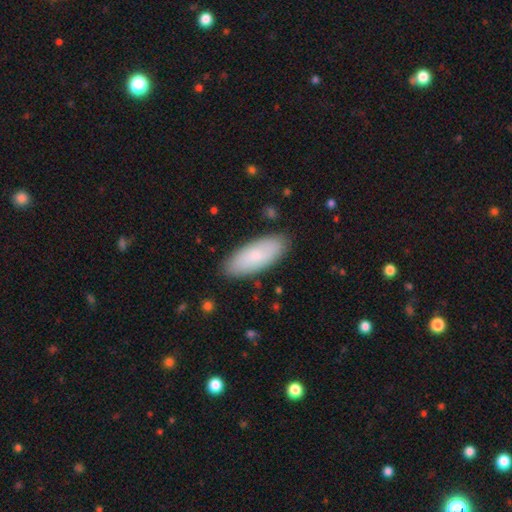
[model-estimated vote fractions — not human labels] Smooth or featured?
  - smooth: 80% *
  - featured or disk: 15%
  - star or artifact: 6%
How rounded?
  - in between: 80% *
  - cigar-shaped: 19%
  - round: 2%
Merging?
  - none: 86% *
  - minor disturbance: 10%
  - major disturbance: 2%
  - merger: 1%